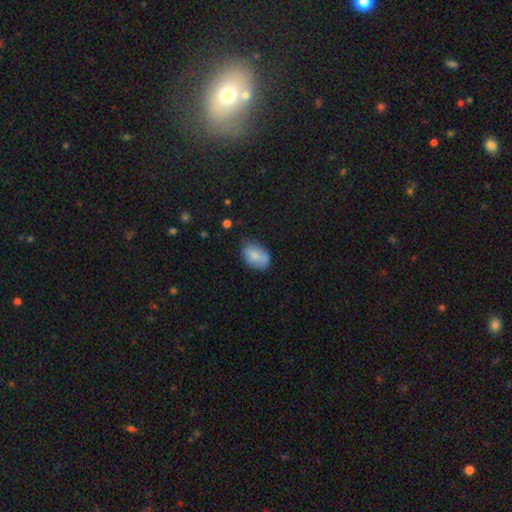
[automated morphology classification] A smooth galaxy with no disk features (77%) that is in between round and cigar-shaped (86%).

Vote fractions:
- Smooth or featured? smooth: 77% / featured or disk: 16% / star or artifact: 7%
- How rounded? in between: 86% / round: 13% / cigar-shaped: 1%
- Merging? none: 63% / minor disturbance: 26% / major disturbance: 6% / merger: 5%